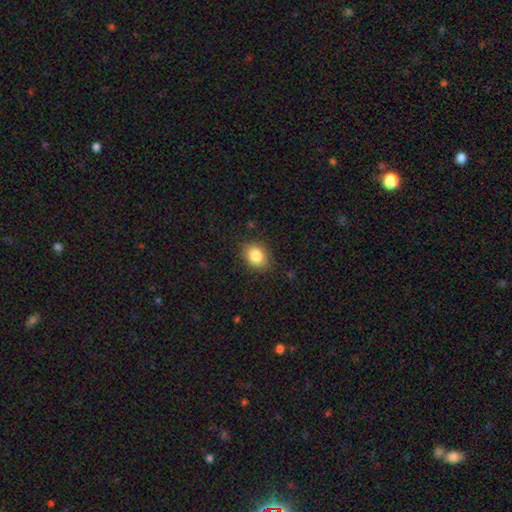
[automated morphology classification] A smooth galaxy with no disk features (84%) that is in between round and cigar-shaped (65%).

Vote fractions:
- Smooth or featured? smooth: 84% / star or artifact: 9% / featured or disk: 7%
- How rounded? in between: 65% / round: 34% / cigar-shaped: 1%
- Merging? none: 85% / minor disturbance: 11% / major disturbance: 3% / merger: 1%